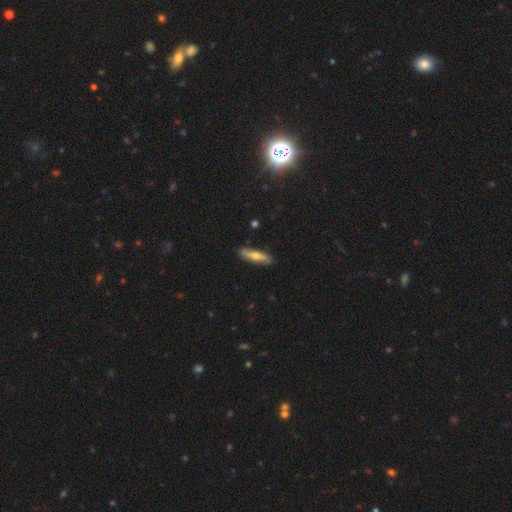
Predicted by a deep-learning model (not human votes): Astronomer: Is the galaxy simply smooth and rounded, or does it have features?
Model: smooth — 59% (runner-up: featured or disk, 36%).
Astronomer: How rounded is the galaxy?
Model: cigar-shaped — 79%.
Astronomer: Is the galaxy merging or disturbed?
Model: none — 86%.